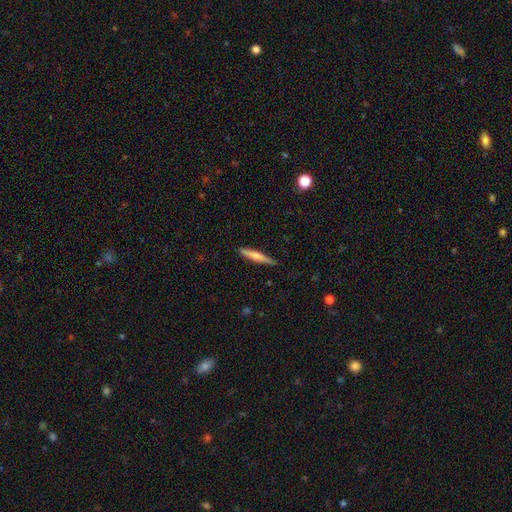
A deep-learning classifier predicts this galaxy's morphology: Smooth or featured?
  - smooth: 58% *
  - featured or disk: 36%
  - star or artifact: 6%
How rounded?
  - cigar-shaped: 92% *
  - in between: 6%
  - round: 1%
Merging?
  - none: 88% *
  - minor disturbance: 9%
  - major disturbance: 2%
  - merger: 1%